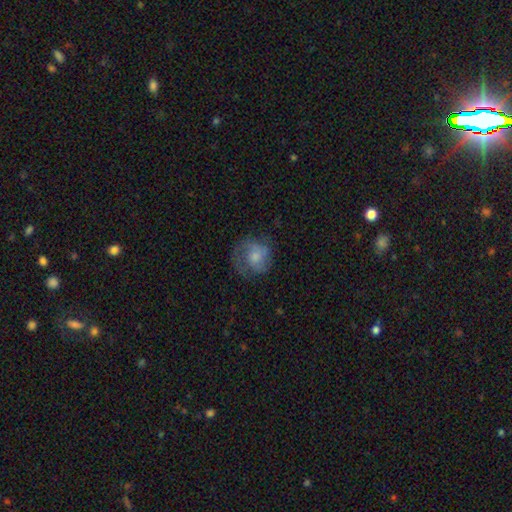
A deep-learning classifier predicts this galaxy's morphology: Smooth or featured?
  - smooth: 57% *
  - featured or disk: 35%
  - star or artifact: 8%
How rounded?
  - round: 80% *
  - in between: 19%
  - cigar-shaped: 1%
Merging?
  - none: 53% *
  - minor disturbance: 24%
  - major disturbance: 21%
  - merger: 1%